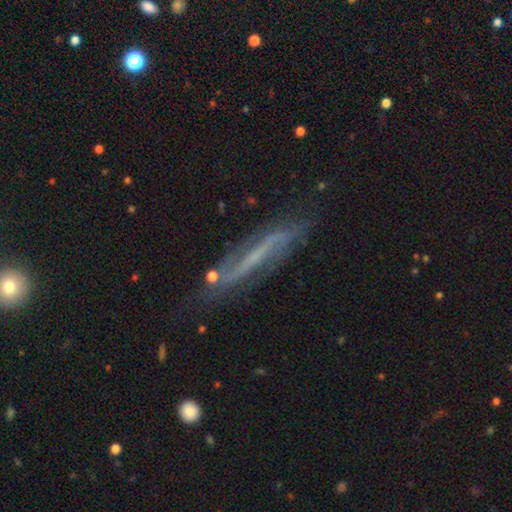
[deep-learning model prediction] A featured or disk galaxy (66%) viewed edge-on (62%). Merging: none (66%).